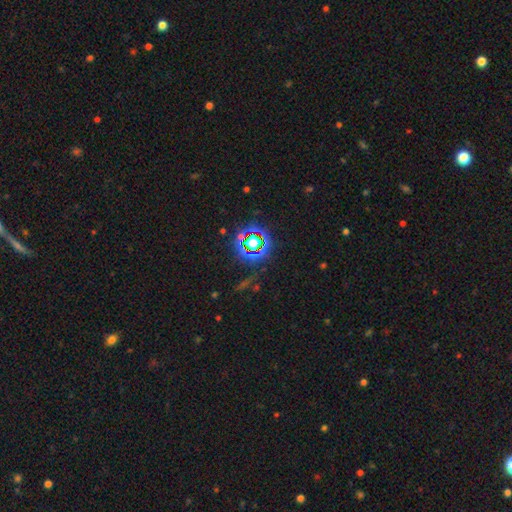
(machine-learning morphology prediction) Smooth or featured? star or artifact (78%)